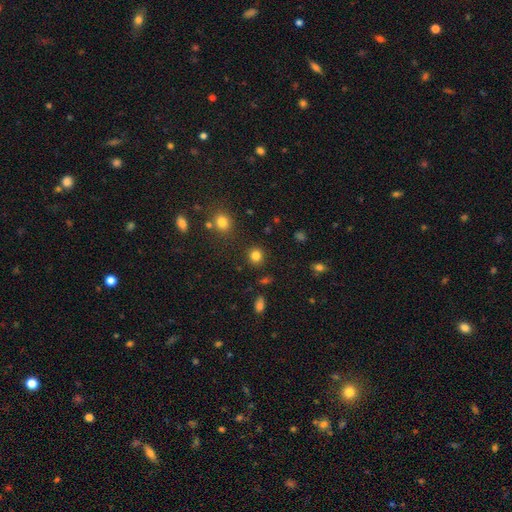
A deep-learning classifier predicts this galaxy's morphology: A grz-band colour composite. It shows a smooth galaxy with no disk features (83%) that is round (86%). Merging: none (88%).